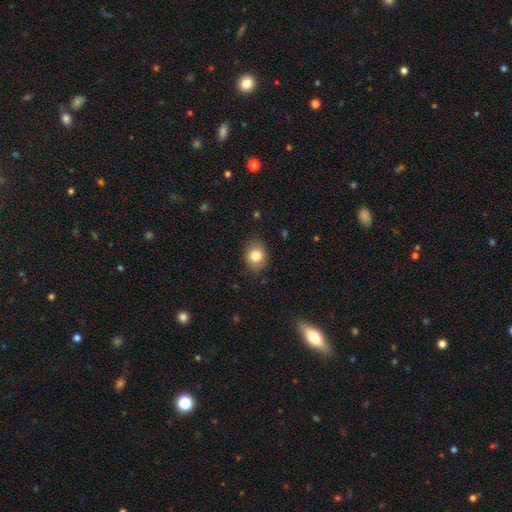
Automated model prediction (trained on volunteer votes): A smooth galaxy with no disk features (82%) that is round (56%). Merging: none (83%).